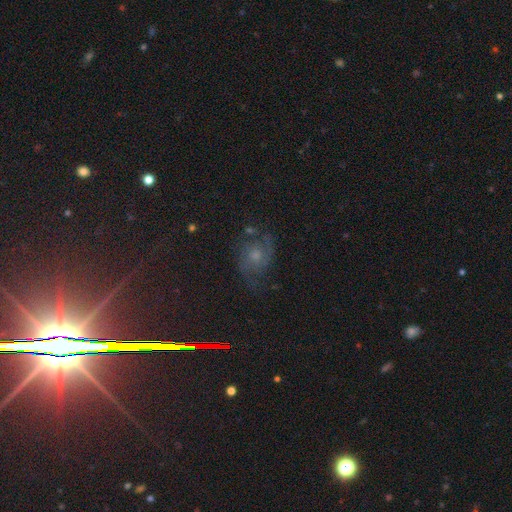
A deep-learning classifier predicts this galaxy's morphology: smooth_or_featured: featured or disk (p=0.61) [alt: star or artifact p=0.21]
disk_edge_on: no (p=0.96) [alt: yes p=0.04]
bar: no (p=0.73) [alt: weak p=0.24]
has_spiral_arms: yes (p=0.92) [alt: no p=0.08]
spiral_winding: medium (p=0.51) [alt: loose p=0.26]
spiral_arm_count: 2 (p=0.79) [alt: can't tell p=0.10]
bulge_size: moderate (p=0.52) [alt: small p=0.34]
merging: none (p=0.67) [alt: minor disturbance p=0.19]